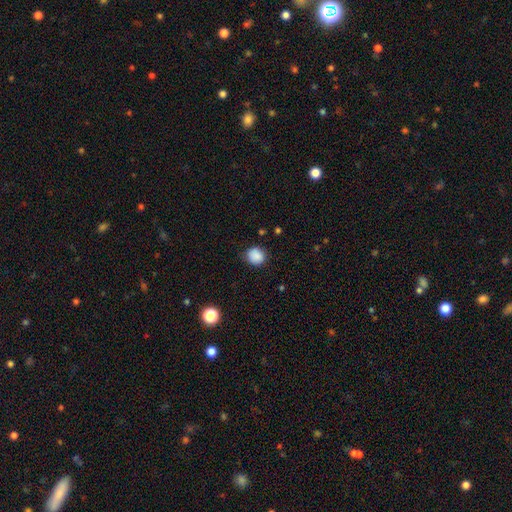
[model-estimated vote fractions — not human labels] This appears to be a smooth galaxy with no disk features (87%) that is round (84%). Merging: none (84%).